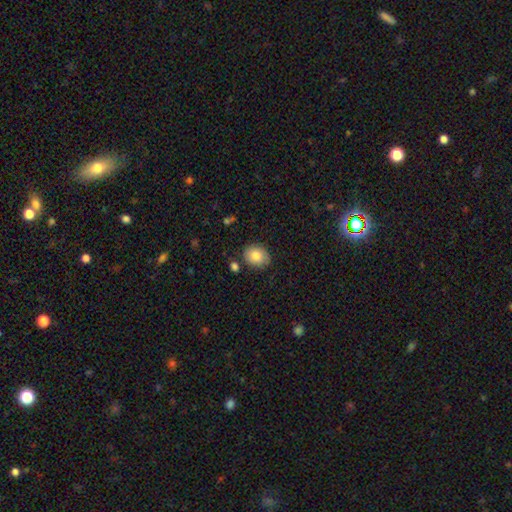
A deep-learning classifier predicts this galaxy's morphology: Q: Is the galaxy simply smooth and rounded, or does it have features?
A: smooth — 84%.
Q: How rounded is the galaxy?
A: round — 54%.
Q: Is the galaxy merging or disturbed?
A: none — 80%.